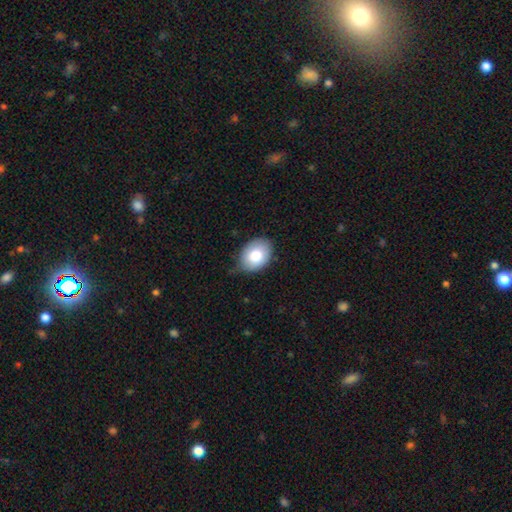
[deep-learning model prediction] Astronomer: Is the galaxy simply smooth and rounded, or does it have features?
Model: smooth — 81%.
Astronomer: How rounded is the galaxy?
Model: in between — 75%.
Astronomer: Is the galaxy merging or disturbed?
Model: none — 65%.